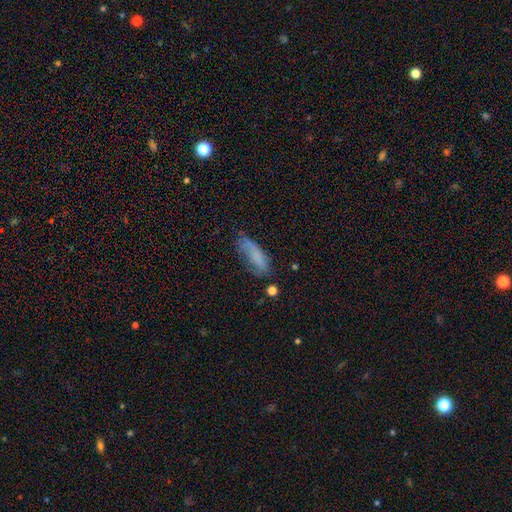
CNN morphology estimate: This is likely a smooth galaxy (69%). How rounded: possibly in between (56%). Merging: possibly none (46%).